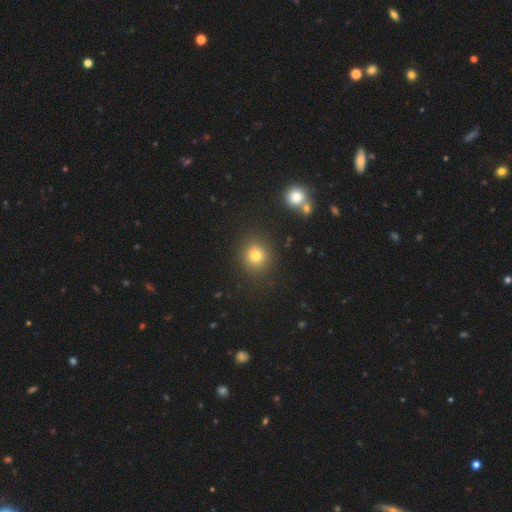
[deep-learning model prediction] A smooth galaxy with no disk features (76%) that is round (87%). Merging: none (87%).